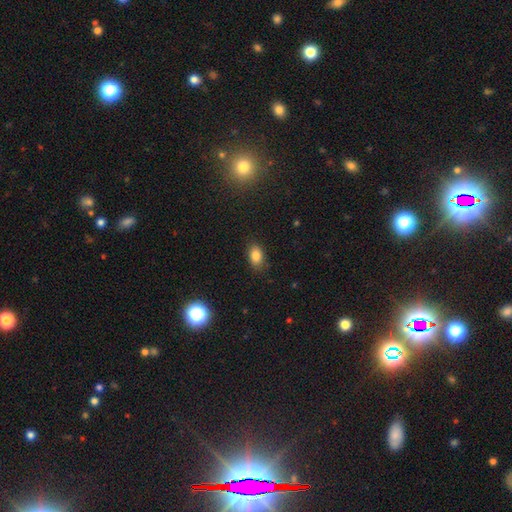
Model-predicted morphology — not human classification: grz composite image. It shows a smooth galaxy with no disk features (82%) that is in between round and cigar-shaped (86%). Merging: none (83%).